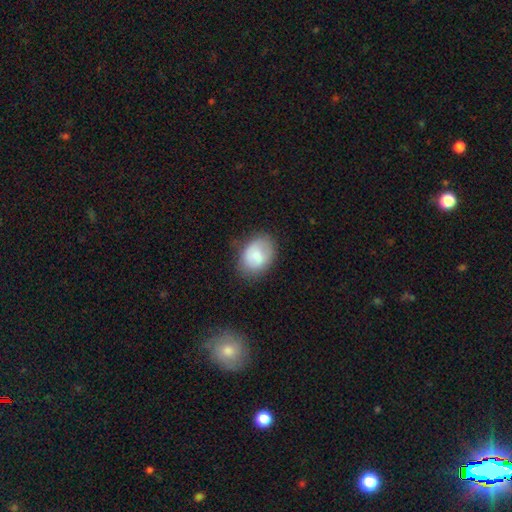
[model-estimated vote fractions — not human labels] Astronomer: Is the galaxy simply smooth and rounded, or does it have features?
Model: smooth — 75%.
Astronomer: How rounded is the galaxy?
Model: in between — 70%.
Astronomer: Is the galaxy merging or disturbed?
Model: none — 68%.